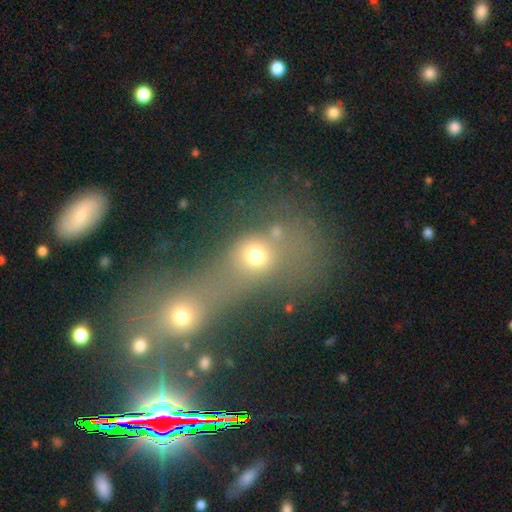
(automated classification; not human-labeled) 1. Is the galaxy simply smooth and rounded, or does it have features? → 63% smooth, 18% star or artifact, 18% featured or disk.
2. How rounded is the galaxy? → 63% round, 34% in between, 3% cigar-shaped.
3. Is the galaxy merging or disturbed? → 79% merger, 11% none, 6% major disturbance, 4% minor disturbance.